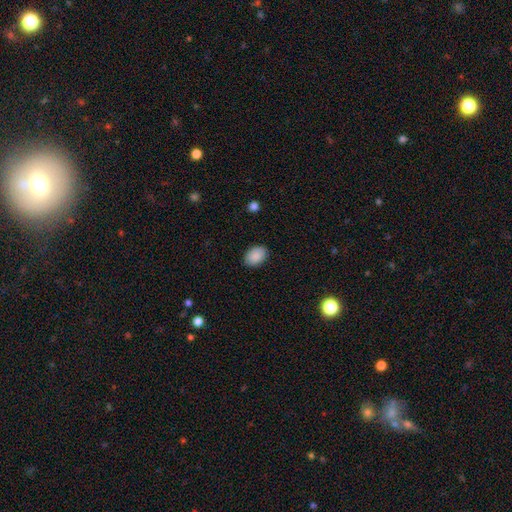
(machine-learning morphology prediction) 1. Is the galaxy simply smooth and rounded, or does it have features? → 89% smooth, 7% star or artifact, 4% featured or disk.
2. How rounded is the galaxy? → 84% in between, 15% round, 1% cigar-shaped.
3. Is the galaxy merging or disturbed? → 88% none, 9% minor disturbance, 2% major disturbance, 1% merger.